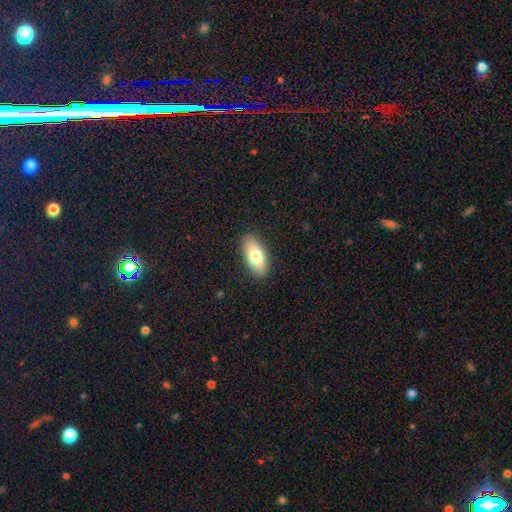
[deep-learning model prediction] smooth_or_featured: smooth (p=0.75) [alt: featured or disk p=0.18]
how_rounded: in between (p=0.87) [alt: cigar-shaped p=0.10]
merging: none (p=0.89) [alt: minor disturbance p=0.08]